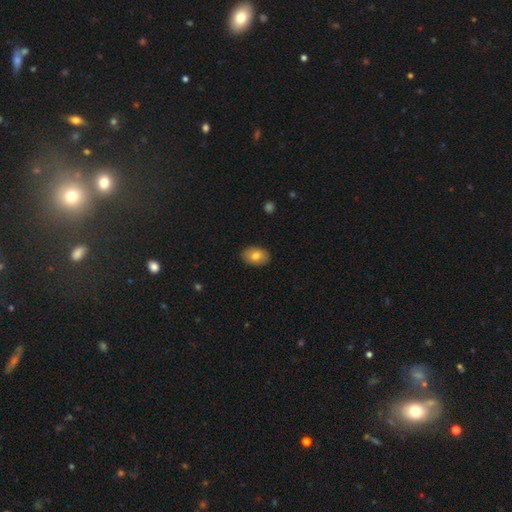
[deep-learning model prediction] The model was most divided on "smooth or featured": smooth: 79%, featured or disk: 14%, star or artifact: 7%. More confident: merging — none (88%); how rounded — in between (84%).